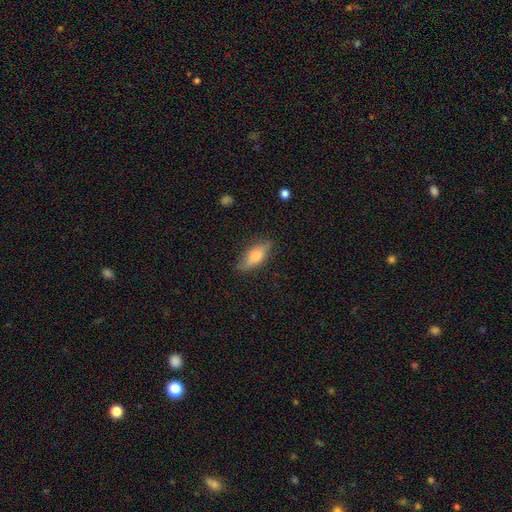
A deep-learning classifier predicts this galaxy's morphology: Smooth or featured?
  - smooth: 62% *
  - featured or disk: 32%
  - star or artifact: 7%
How rounded?
  - in between: 63% *
  - cigar-shaped: 34%
  - round: 3%
Merging?
  - none: 84% *
  - minor disturbance: 12%
  - major disturbance: 3%
  - merger: 1%